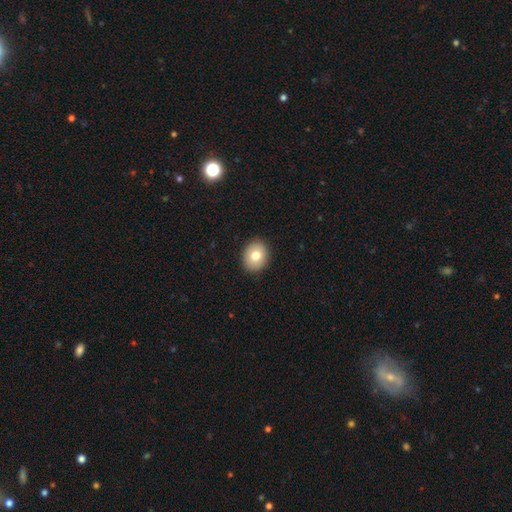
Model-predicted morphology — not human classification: Smooth or featured: smooth — 77% (featured or disk — 14%)
How rounded: round — 59% (in between — 40%)
Merging: none — 90% (minor disturbance — 7%)